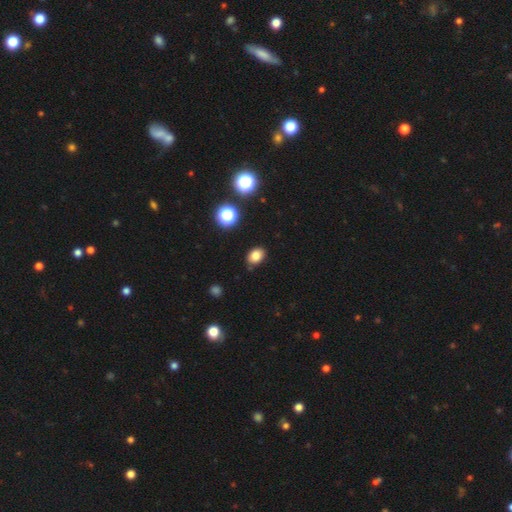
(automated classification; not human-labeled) Smooth or featured: smooth — 80% (star or artifact — 13%)
How rounded: in between — 73% (round — 26%)
Merging: none — 83% (minor disturbance — 12%)